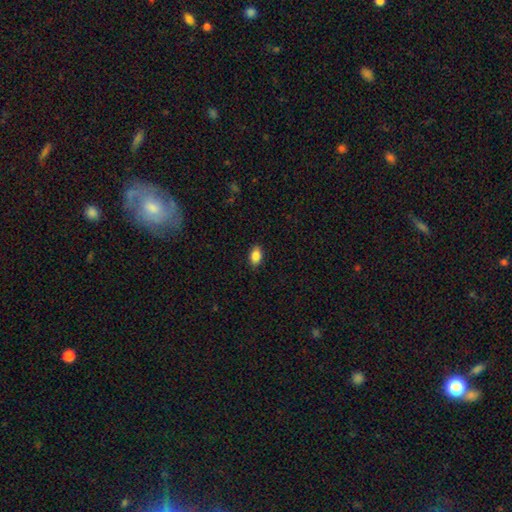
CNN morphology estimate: smooth-or-featured: smooth: 87% | star or artifact: 8% | featured or disk: 5%
  how-rounded: in between: 89% | round: 9% | cigar-shaped: 2%
  merging: none: 88% | minor disturbance: 9% | major disturbance: 2% | merger: 1%